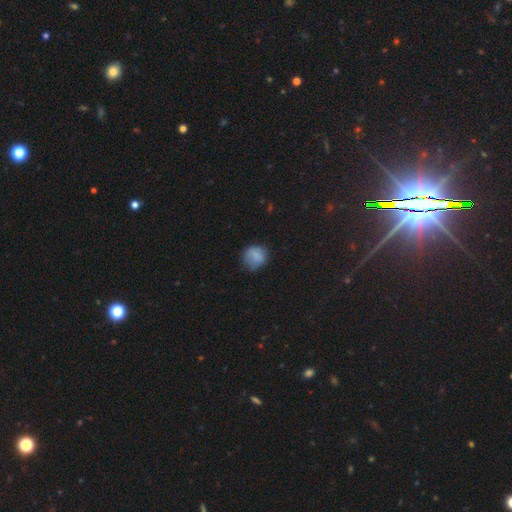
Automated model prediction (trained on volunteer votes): Overall: smooth (79%). How rounded: round (80%). Merging: none (65%).